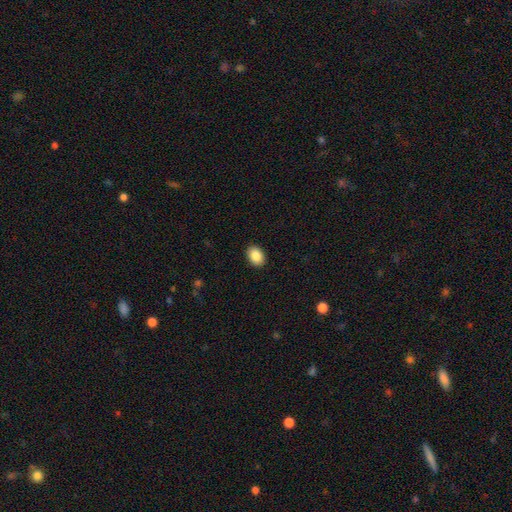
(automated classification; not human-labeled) Smooth or featured? Predicted: smooth (p=0.88). How rounded? Predicted: in between (p=0.77). Merging? Predicted: none (p=0.91).